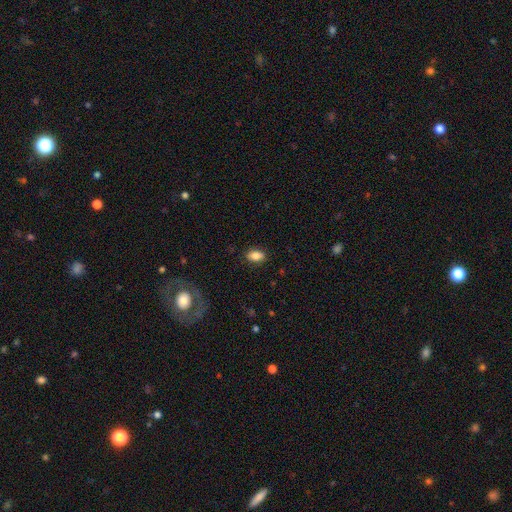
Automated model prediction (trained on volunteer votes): A smooth galaxy with no disk features (83%) that is in between round and cigar-shaped (89%).

Vote fractions:
- Smooth or featured? smooth: 83% / featured or disk: 9% / star or artifact: 8%
- How rounded? in between: 89% / round: 9% / cigar-shaped: 3%
- Merging? none: 85% / minor disturbance: 11% / major disturbance: 3% / merger: 1%